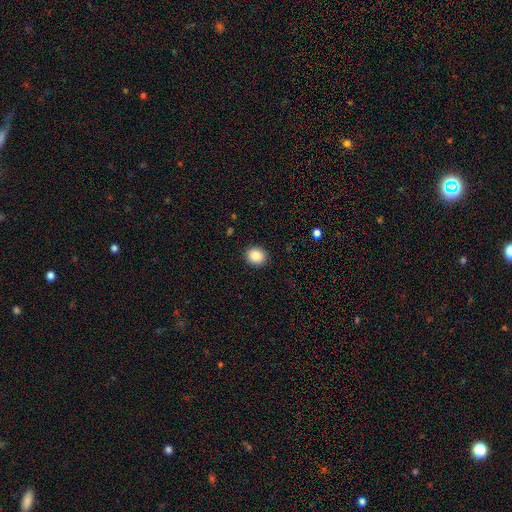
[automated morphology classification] This appears to be a smooth galaxy with no disk features (88%) that is round (70%). Merging: none (91%).